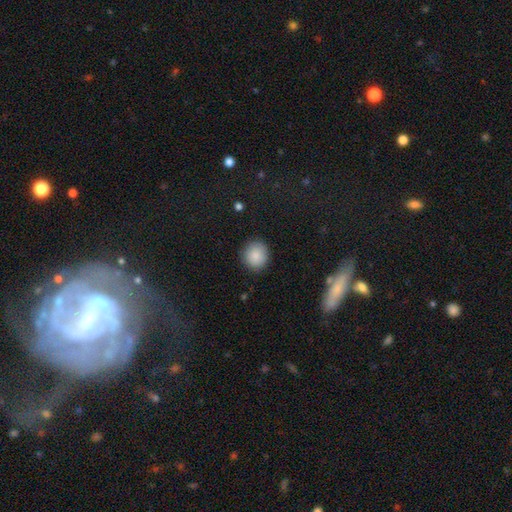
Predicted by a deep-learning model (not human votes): The model was most divided on "how rounded": round: 86%, in between: 13%, cigar-shaped: 1%. More confident: smooth or featured — smooth (87%); merging — none (87%).